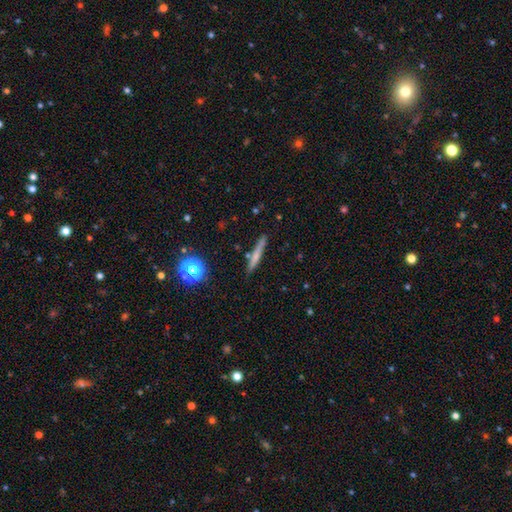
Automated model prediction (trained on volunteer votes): This appears to be a smooth galaxy with no disk features (57%) that is cigar-shaped (93%). Merging: none (84%).